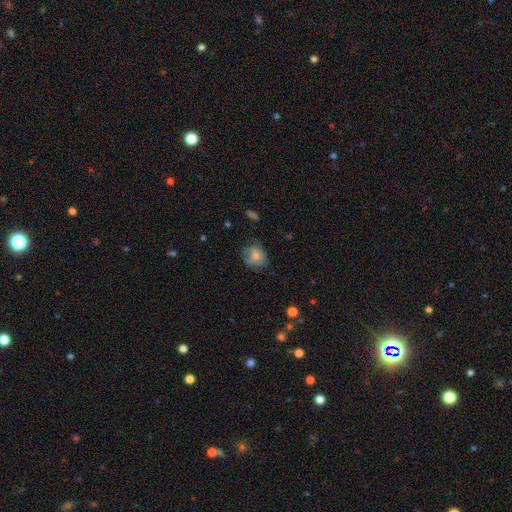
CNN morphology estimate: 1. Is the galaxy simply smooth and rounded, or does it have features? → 68% smooth, 22% featured or disk, 10% star or artifact.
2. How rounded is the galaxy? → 66% round, 33% in between, 1% cigar-shaped.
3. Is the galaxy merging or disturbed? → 54% none, 29% minor disturbance, 15% major disturbance, 2% merger.